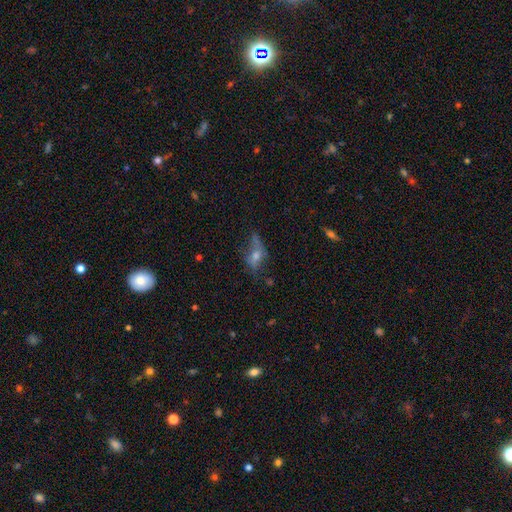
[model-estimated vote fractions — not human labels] Smooth or featured? Predicted: featured or disk (p=0.46). Merging? Predicted: none (p=0.44).